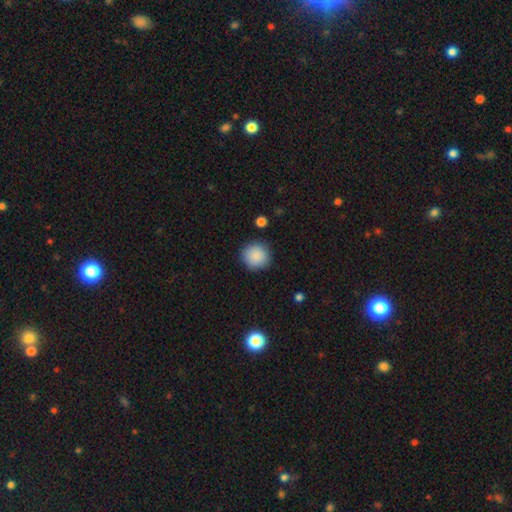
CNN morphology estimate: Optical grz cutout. It shows a smooth galaxy with no disk features (88%) that is round (93%). Merging: none (89%).